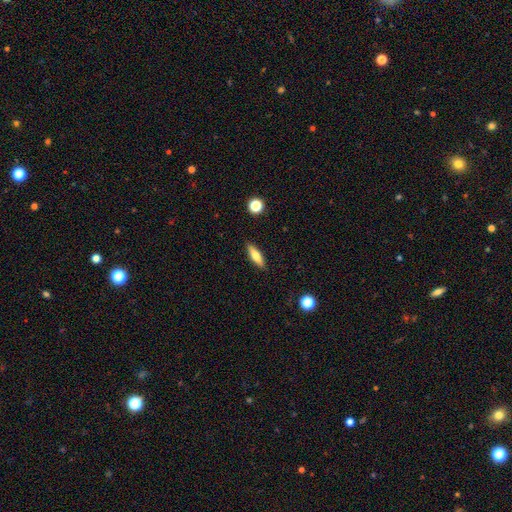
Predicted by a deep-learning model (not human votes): The model was most divided on "how rounded": cigar-shaped: 59%, in between: 38%, round: 3%. More confident: merging — none (89%); smooth or featured — smooth (67%).